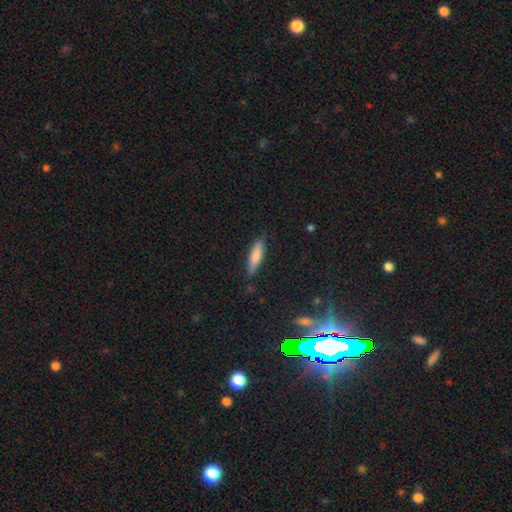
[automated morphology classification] The model was most divided on "how rounded": cigar-shaped: 72%, in between: 26%, round: 2%. More confident: merging — none (84%); smooth or featured — smooth (77%).